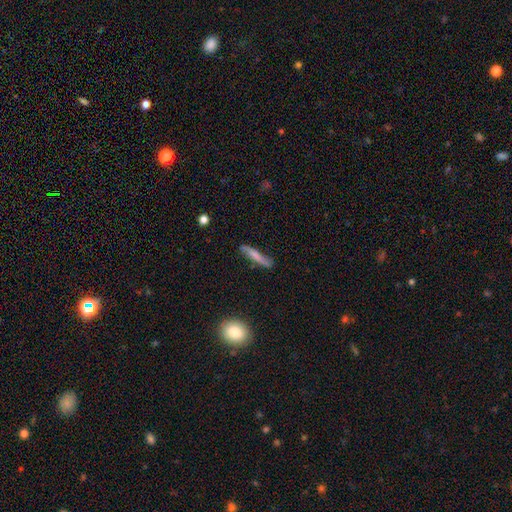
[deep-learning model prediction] Overall: smooth (63%; featured or disk 30%). How rounded: cigar-shaped (90%). Merging: none (72%).